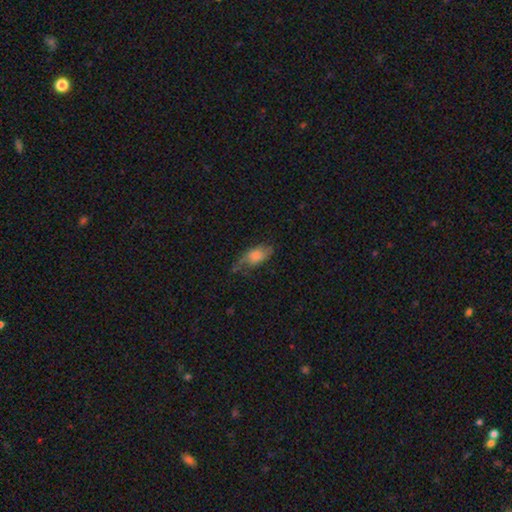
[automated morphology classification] smooth-or-featured: smooth: 64% | featured or disk: 27% | star or artifact: 9%
  how-rounded: in between: 88% | cigar-shaped: 7% | round: 5%
  merging: none: 36% | minor disturbance: 33% | major disturbance: 28% | merger: 3%